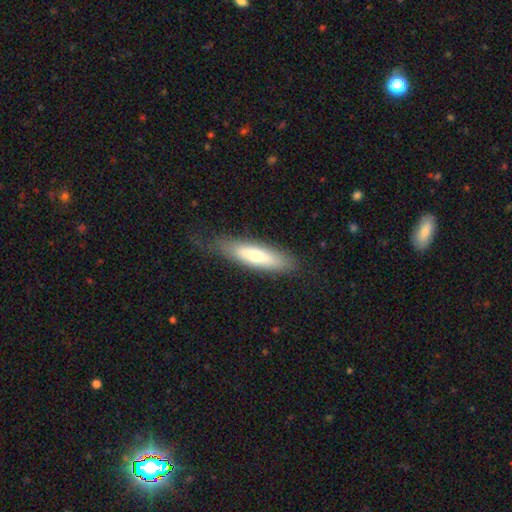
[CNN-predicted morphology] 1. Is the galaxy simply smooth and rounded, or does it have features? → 66% smooth, 28% featured or disk, 6% star or artifact.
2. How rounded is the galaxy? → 59% cigar-shaped, 40% in between, 2% round.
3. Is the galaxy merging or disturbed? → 73% none, 19% minor disturbance, 7% major disturbance, 1% merger.